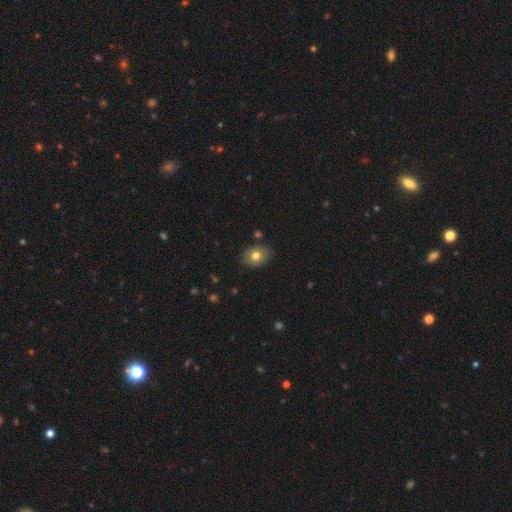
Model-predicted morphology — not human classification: smooth-or-featured: smooth: 75% | featured or disk: 16% | star or artifact: 9%
  how-rounded: in between: 59% | round: 40% | cigar-shaped: 1%
  merging: none: 84% | minor disturbance: 11% | major disturbance: 2% | merger: 2%